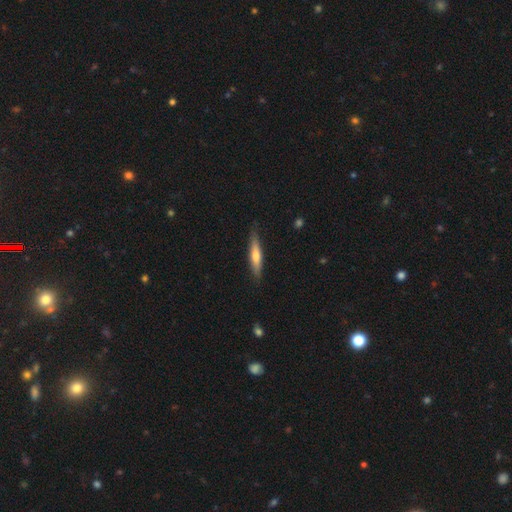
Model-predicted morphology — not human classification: This appears to be a smooth galaxy with no disk features (60%) that is cigar-shaped (86%). Merging: none (83%).